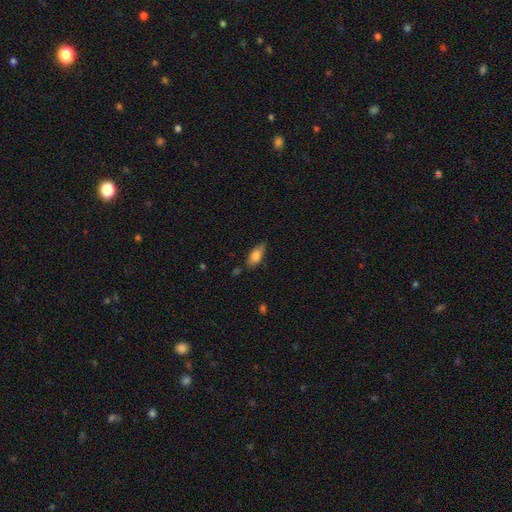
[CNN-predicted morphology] smooth 80%, featured or disk 13%, star or artifact 7%. Down the decision tree: how rounded — in between (84%); merging — none (71%).